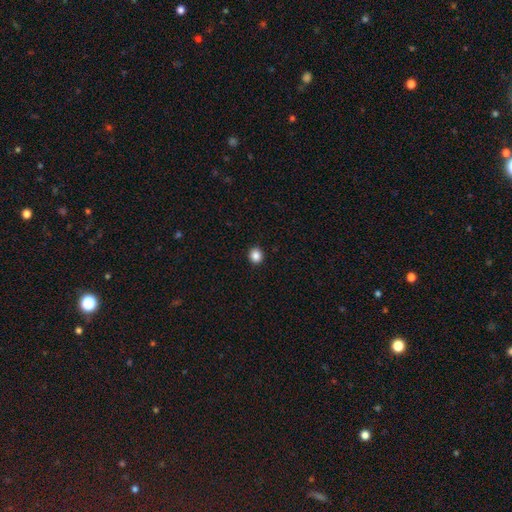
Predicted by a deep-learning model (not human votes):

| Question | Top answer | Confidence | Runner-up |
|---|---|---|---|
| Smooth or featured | smooth | 86% | star or artifact (11%) |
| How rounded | round | 84% | in between (15%) |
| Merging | none | 93% | minor disturbance (4%) |